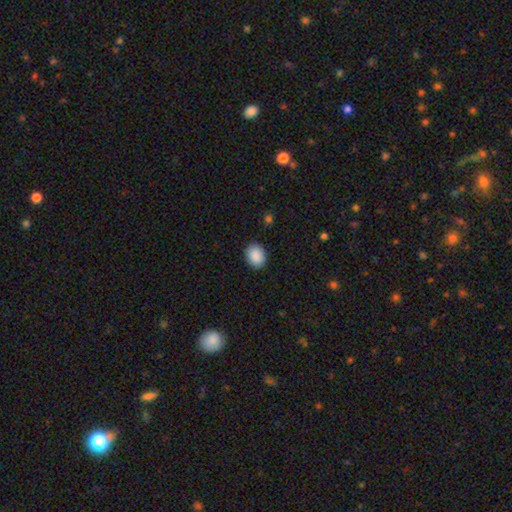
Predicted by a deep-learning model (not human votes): smooth_or_featured: smooth (p=0.90) [alt: star or artifact p=0.07]
how_rounded: in between (p=0.60) [alt: round p=0.39]
merging: none (p=0.88) [alt: minor disturbance p=0.08]